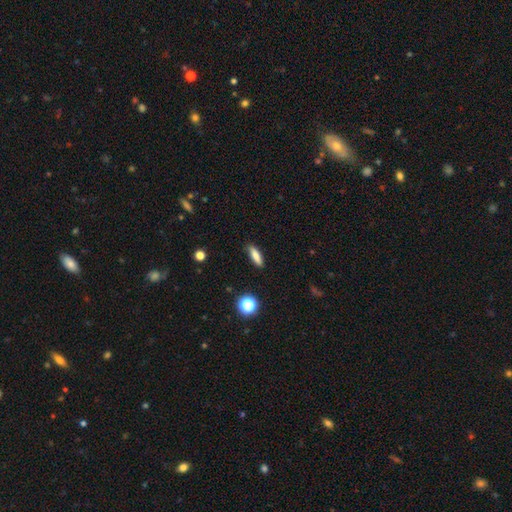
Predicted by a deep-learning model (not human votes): Smooth or featured? Predicted: smooth (p=0.75). How rounded? Predicted: cigar-shaped (p=0.61). Merging? Predicted: none (p=0.87).